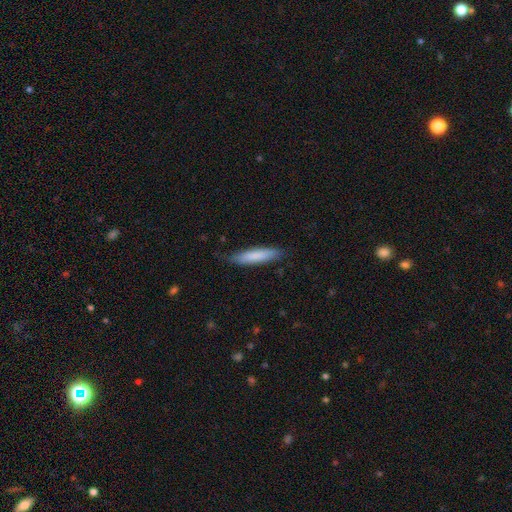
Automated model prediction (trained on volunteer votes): Smooth or featured? Predicted: smooth (p=0.81). How rounded? Predicted: cigar-shaped (p=0.83). Merging? Predicted: none (p=0.83).